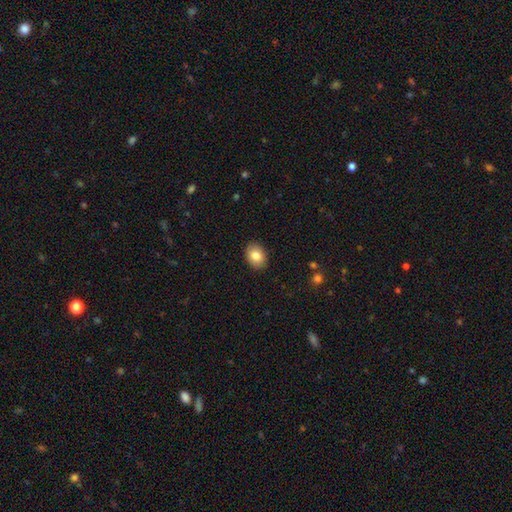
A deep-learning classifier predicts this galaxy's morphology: Smooth or featured?
  - smooth: 83% *
  - featured or disk: 9%
  - star or artifact: 8%
How rounded?
  - in between: 69% *
  - round: 30%
  - cigar-shaped: 1%
Merging?
  - none: 89% *
  - minor disturbance: 8%
  - major disturbance: 2%
  - merger: 1%